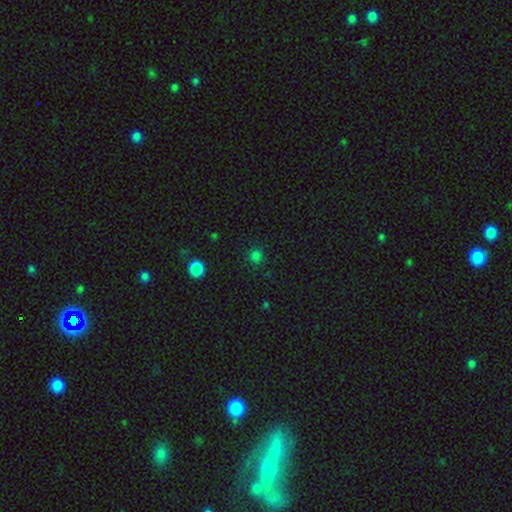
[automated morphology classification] type=smooth (77%); roundness=round (91%); merging=none (87%).